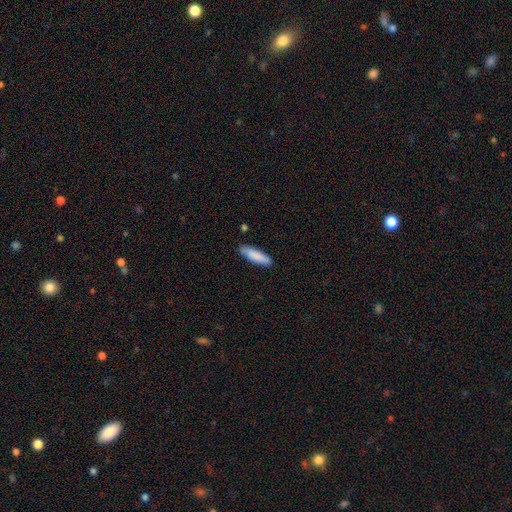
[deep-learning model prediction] Smooth or featured? smooth (86%)
How rounded? cigar-shaped (63%)
Merging? none (85%)